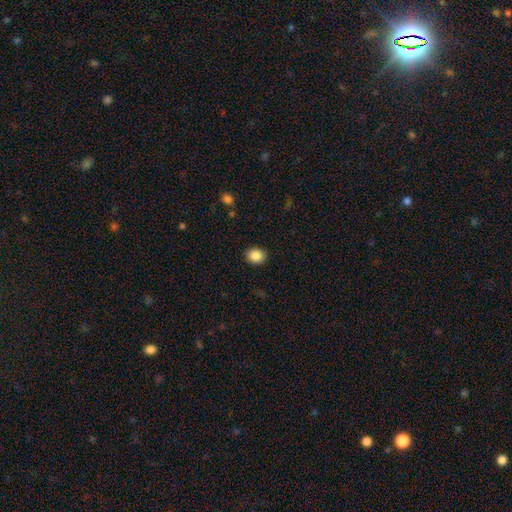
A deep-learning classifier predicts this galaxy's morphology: A smooth galaxy with no disk features (87%) that is round (53%).

Vote fractions:
- Smooth or featured? smooth: 87% / star or artifact: 9% / featured or disk: 4%
- How rounded? round: 53% / in between: 46% / cigar-shaped: 1%
- Merging? none: 90% / minor disturbance: 7% / major disturbance: 2% / merger: 1%